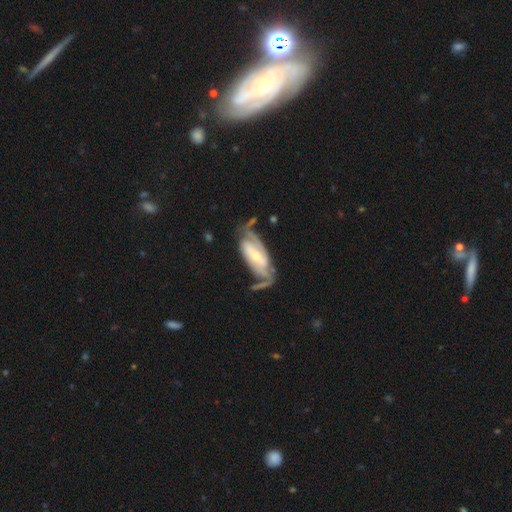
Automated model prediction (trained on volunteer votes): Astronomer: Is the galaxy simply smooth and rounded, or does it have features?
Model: featured or disk — 80%.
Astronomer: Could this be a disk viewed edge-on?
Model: no — 90%.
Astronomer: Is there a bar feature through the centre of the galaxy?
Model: strong — 46% (runner-up: weak, 32%).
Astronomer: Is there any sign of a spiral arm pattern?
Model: yes — 89%.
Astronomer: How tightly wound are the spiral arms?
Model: medium — 40% (runner-up: tight, 37%).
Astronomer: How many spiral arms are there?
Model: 2 — 73%.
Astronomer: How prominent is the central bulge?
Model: small — 54% (runner-up: moderate, 38%).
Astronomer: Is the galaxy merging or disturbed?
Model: none — 48% (runner-up: minor disturbance, 24%).